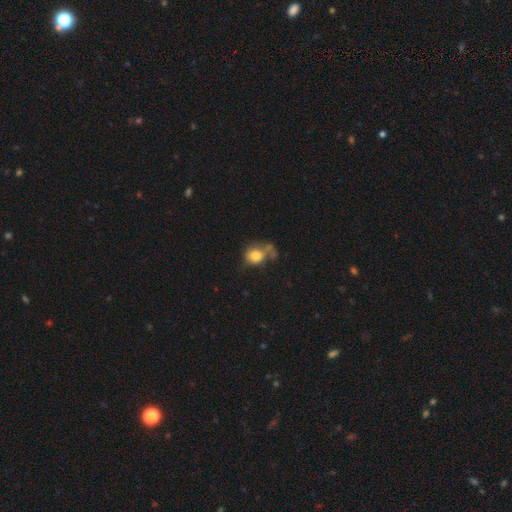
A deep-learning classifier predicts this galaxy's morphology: smooth_or_featured: smooth (p=0.78) [alt: featured or disk p=0.12]
how_rounded: round (p=0.70) [alt: in between p=0.29]
merging: none (p=0.38) [alt: merger p=0.22]